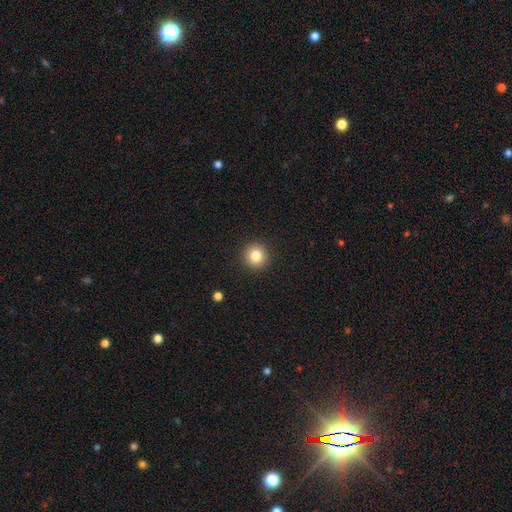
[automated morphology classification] smooth-or-featured: smooth: 82% | star or artifact: 11% | featured or disk: 7%
  how-rounded: round: 95% | in between: 4% | cigar-shaped: 1%
  merging: none: 92% | minor disturbance: 5% | major disturbance: 2% | merger: 1%